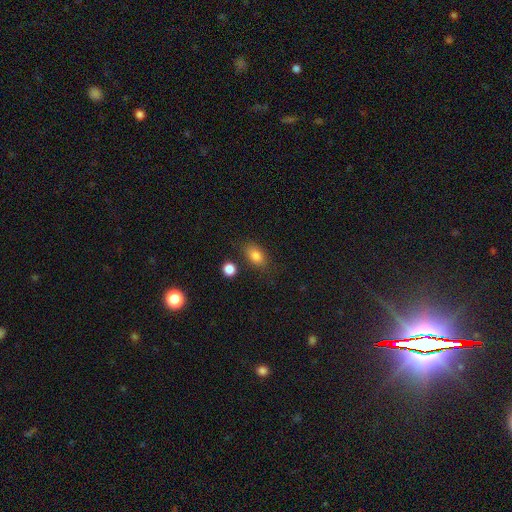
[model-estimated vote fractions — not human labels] Smooth or featured: smooth — 83% (star or artifact — 10%)
How rounded: in between — 84% (round — 13%)
Merging: none — 77% (minor disturbance — 14%)